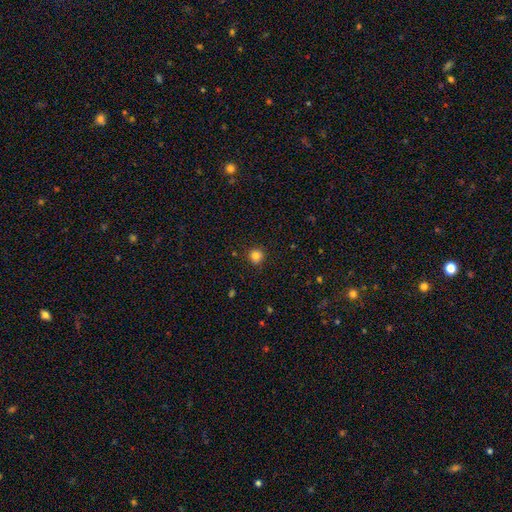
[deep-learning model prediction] The model was most divided on "smooth or featured": smooth: 84%, star or artifact: 12%, featured or disk: 5%. More confident: how rounded — round (92%); merging — none (89%).